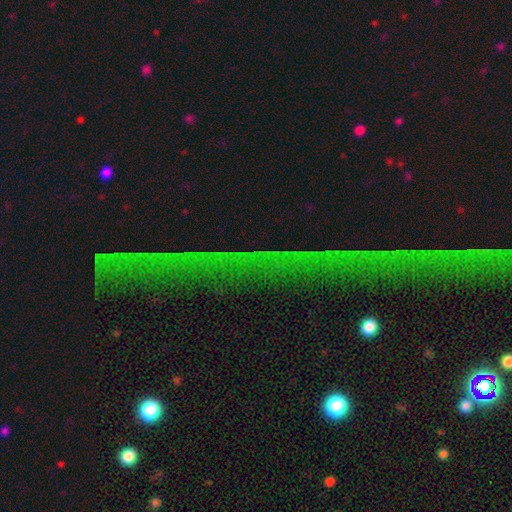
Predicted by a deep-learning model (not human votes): The model was most divided on "smooth or featured": star or artifact: 78%, featured or disk: 12%, smooth: 11%.